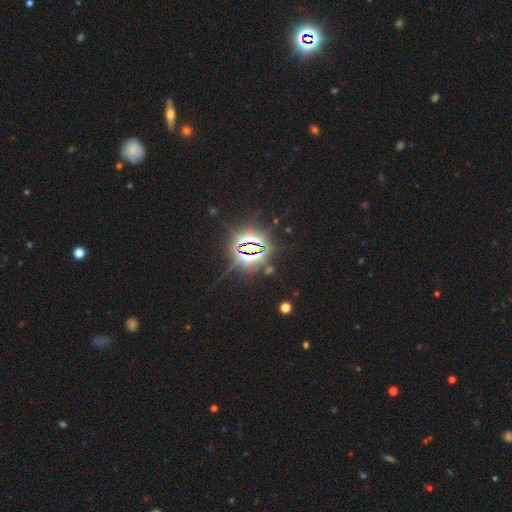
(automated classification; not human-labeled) The model was most divided on "smooth or featured": star or artifact: 85%, smooth: 9%, featured or disk: 7%.